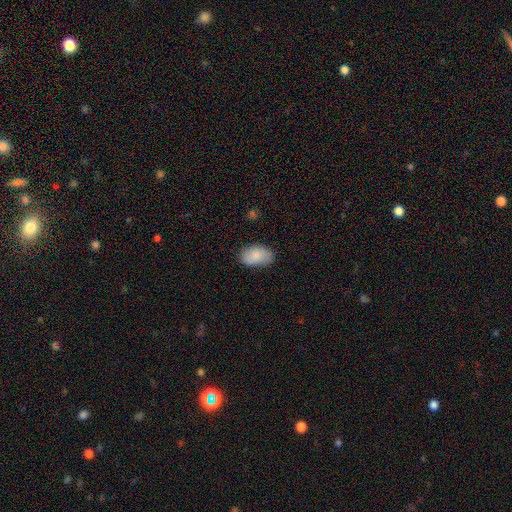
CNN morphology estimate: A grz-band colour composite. It shows a smooth galaxy with no disk features (84%) that is in between round and cigar-shaped (93%). Merging: none (79%).